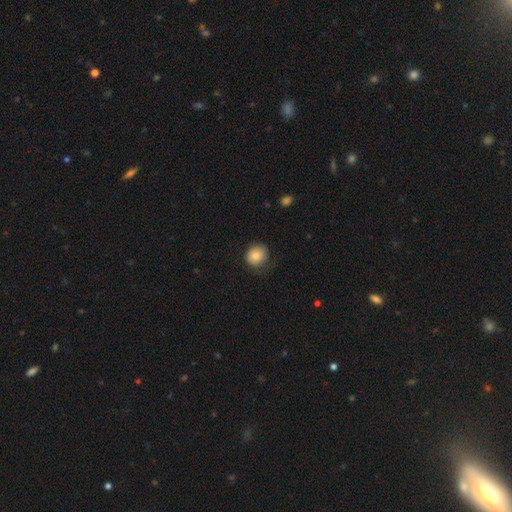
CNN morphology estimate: Smooth or featured?
  - smooth: 81% *
  - featured or disk: 10%
  - star or artifact: 9%
How rounded?
  - round: 79% *
  - in between: 20%
  - cigar-shaped: 1%
Merging?
  - none: 73% *
  - minor disturbance: 21%
  - major disturbance: 5%
  - merger: 1%